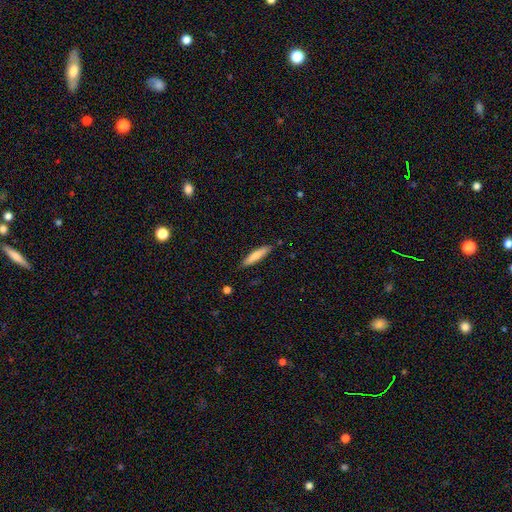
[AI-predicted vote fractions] The model was most divided on "smooth or featured": smooth: 74%, featured or disk: 20%, star or artifact: 6%. More confident: how rounded — cigar-shaped (86%); merging — none (85%).